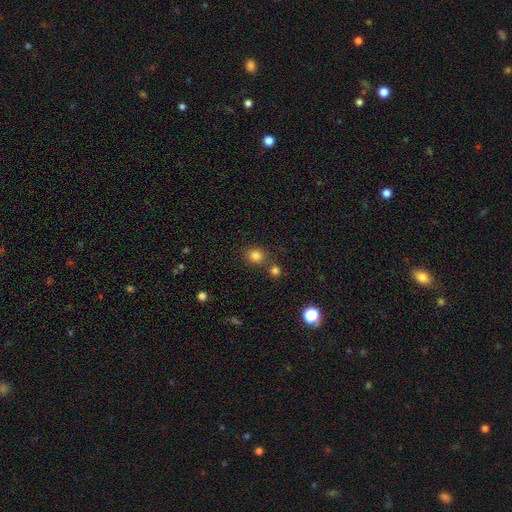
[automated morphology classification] smooth-or-featured: smooth: 81% | star or artifact: 14% | featured or disk: 5%
  how-rounded: round: 80% | in between: 19% | cigar-shaped: 1%
  merging: none: 73% | merger: 15% | minor disturbance: 9% | major disturbance: 3%